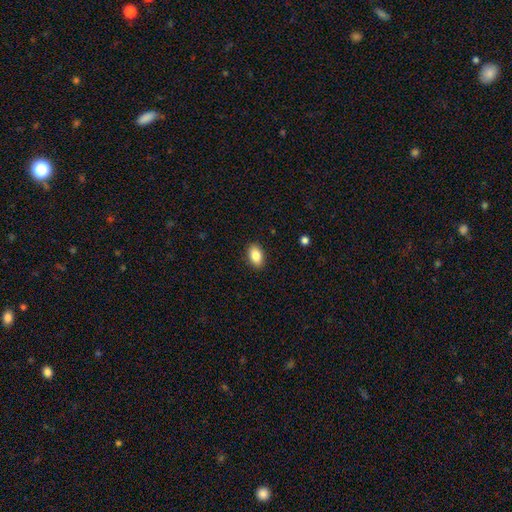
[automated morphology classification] Overall: smooth (85%). How rounded: in between (90%). Merging: none (89%).